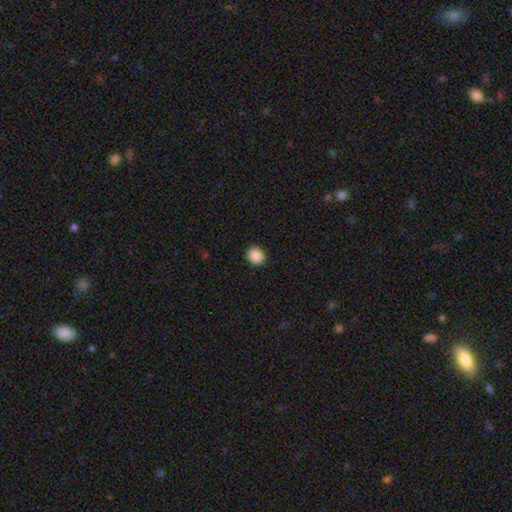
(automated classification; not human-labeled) smooth-or-featured: smooth: 89% | star or artifact: 9% | featured or disk: 2%
  how-rounded: round: 69% | in between: 30% | cigar-shaped: 1%
  merging: none: 91% | minor disturbance: 6% | major disturbance: 2% | merger: 1%